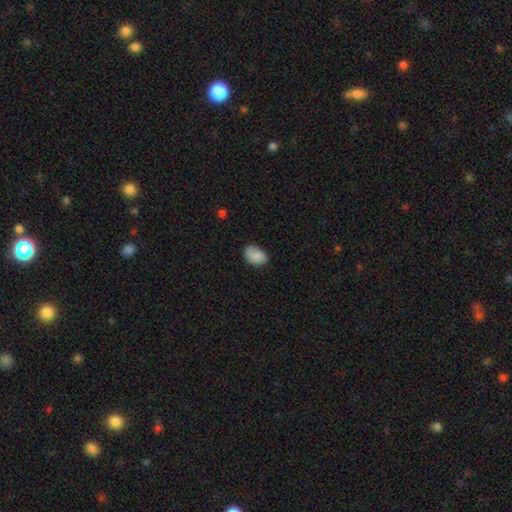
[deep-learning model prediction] smooth 82%, featured or disk 10%, star or artifact 8%. Down the decision tree: how rounded — in between (83%); merging — none (68%).